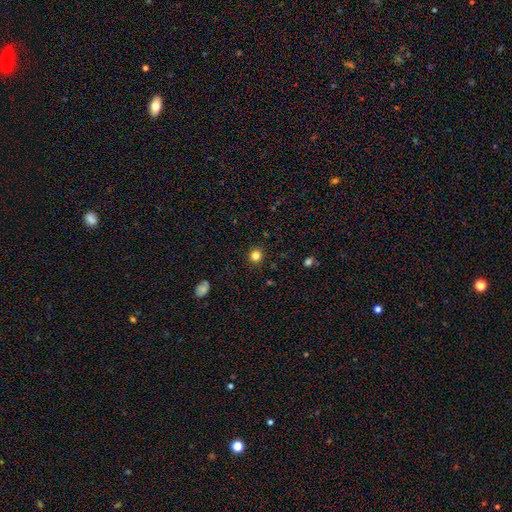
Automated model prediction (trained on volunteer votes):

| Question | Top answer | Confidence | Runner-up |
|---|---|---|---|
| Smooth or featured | smooth | 83% | star or artifact (13%) |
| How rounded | round | 92% | in between (7%) |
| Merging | none | 92% | minor disturbance (5%) |